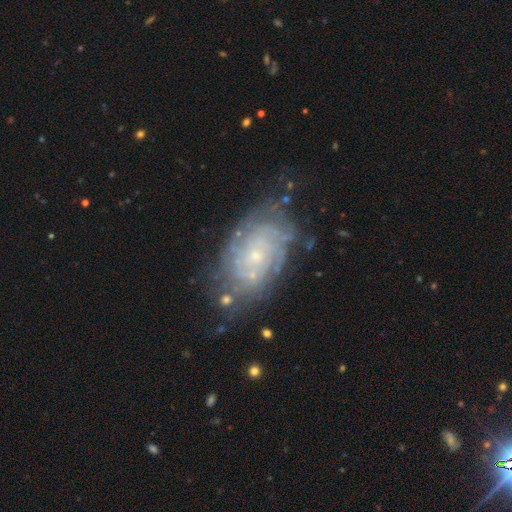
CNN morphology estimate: smooth_or_featured: featured or disk (p=0.79) [alt: smooth p=0.14]
disk_edge_on: no (p=0.96) [alt: yes p=0.04]
bar: no (p=0.79) [alt: weak p=0.17]
has_spiral_arms: yes (p=0.89) [alt: no p=0.11]
spiral_winding: tight (p=0.73) [alt: medium p=0.21]
spiral_arm_count: can't tell (p=0.52) [alt: 2 p=0.13]
bulge_size: small (p=0.79) [alt: moderate p=0.15]
merging: none (p=0.65) [alt: minor disturbance p=0.22]